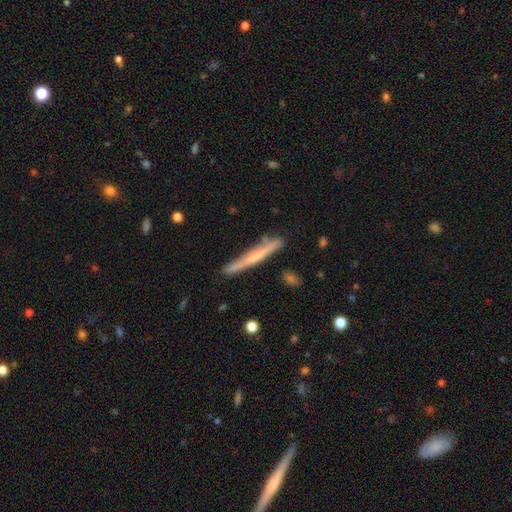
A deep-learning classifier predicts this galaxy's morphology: This is possibly a featured or disk galaxy (53%). It is clearly viewed edge-on (95%). Edge-on bulge: possibly none (51%). Merging: clearly none (82%).